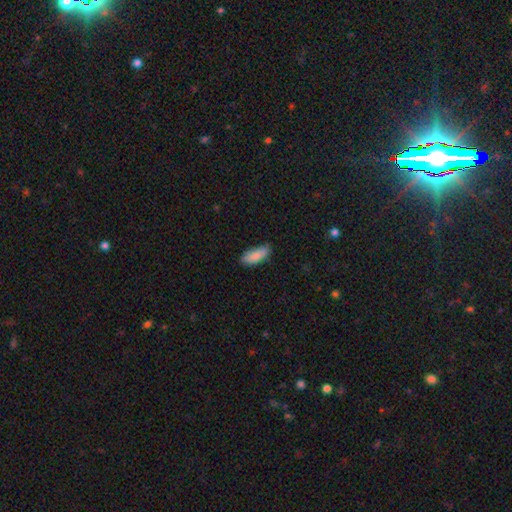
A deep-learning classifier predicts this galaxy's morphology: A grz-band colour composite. It shows a smooth galaxy with no disk features (86%) that is in between round and cigar-shaped (75%). Merging: none (74%).